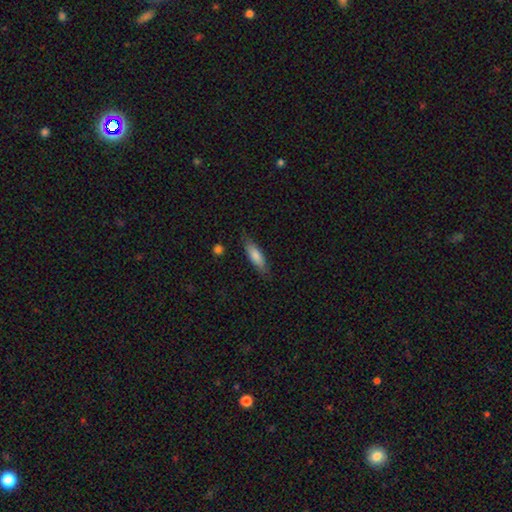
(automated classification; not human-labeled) smooth_or_featured: smooth (p=0.77) [alt: featured or disk p=0.17]
how_rounded: cigar-shaped (p=0.55) [alt: in between p=0.43]
merging: none (p=0.80) [alt: minor disturbance p=0.15]